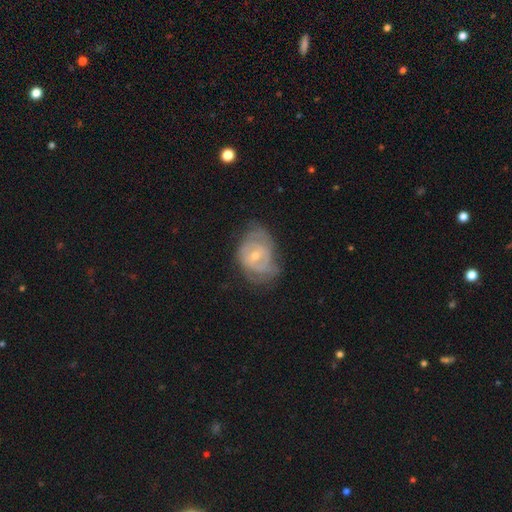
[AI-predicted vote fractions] Smooth or featured? featured or disk (71%)
Edge-on disk? no (97%)
Bar? no (52%)
Spiral arms? yes (77%)
Spiral winding? tight (59%)
Spiral arm count? can't tell (44%)
Bulge size? small (53%)
Merging? none (52%)